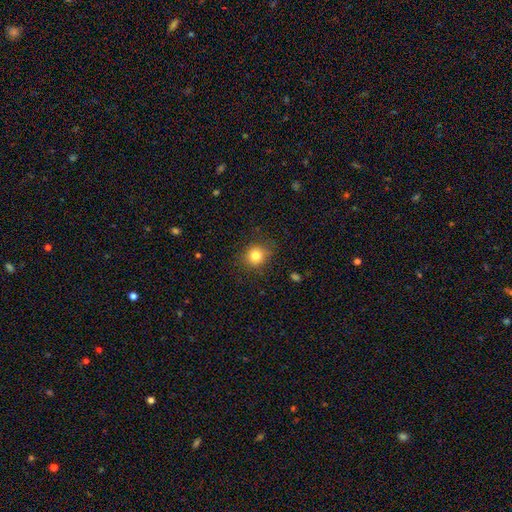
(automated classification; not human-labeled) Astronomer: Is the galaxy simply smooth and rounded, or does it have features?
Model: smooth — 82%.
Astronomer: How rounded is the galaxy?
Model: round — 80%.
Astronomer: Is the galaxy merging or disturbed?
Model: none — 85%.